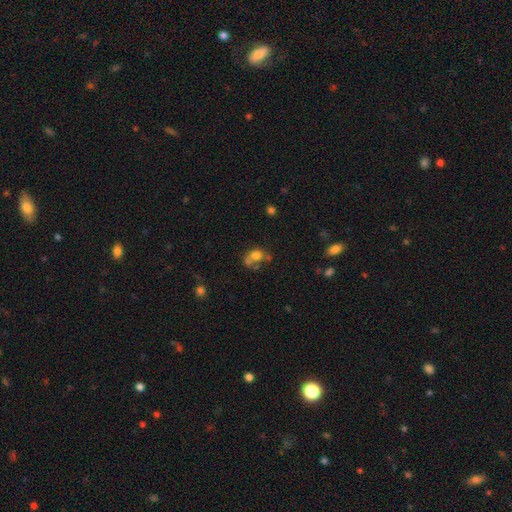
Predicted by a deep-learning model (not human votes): smooth-or-featured: smooth: 68% | featured or disk: 18% | star or artifact: 14%
  how-rounded: round: 60% | in between: 39% | cigar-shaped: 1%
  merging: merger: 36% | none: 34% | minor disturbance: 16% | major disturbance: 14%